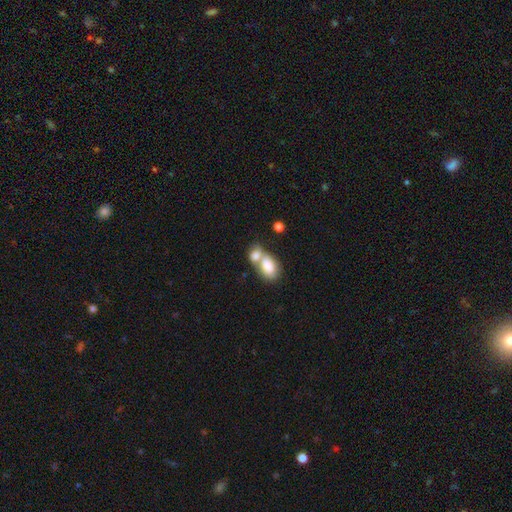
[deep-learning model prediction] A smooth galaxy with no disk features (78%) that is in between round and cigar-shaped (80%).

Vote fractions:
- Smooth or featured? smooth: 78% / featured or disk: 15% / star or artifact: 7%
- How rounded? in between: 80% / round: 18% / cigar-shaped: 2%
- Merging? merger: 70% / none: 19% / minor disturbance: 7% / major disturbance: 4%